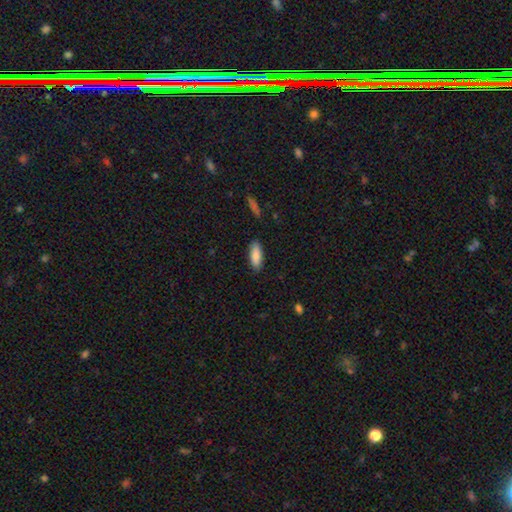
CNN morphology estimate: A smooth galaxy with no disk features (86%) that is in between round and cigar-shaped (69%). Merging: none (87%).